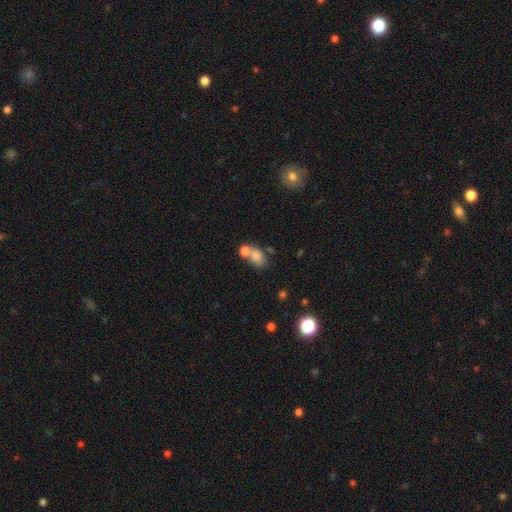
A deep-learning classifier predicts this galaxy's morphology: This appears to be a smooth galaxy with no disk features (78%) that is in between round and cigar-shaped (73%). Merging: merger (51%).